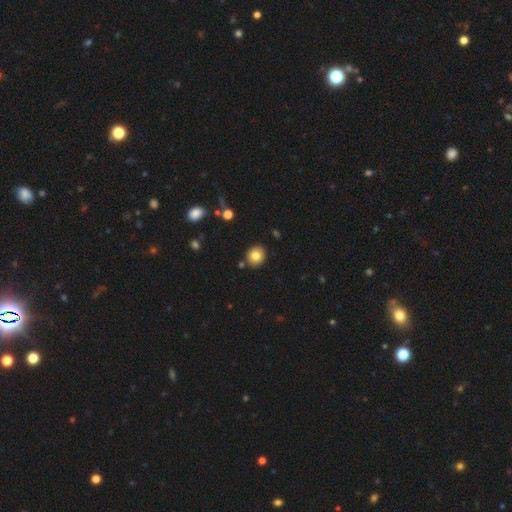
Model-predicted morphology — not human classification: smooth 81%, star or artifact 10%, featured or disk 9%. Down the decision tree: how rounded — round (80%); merging — none (87%).